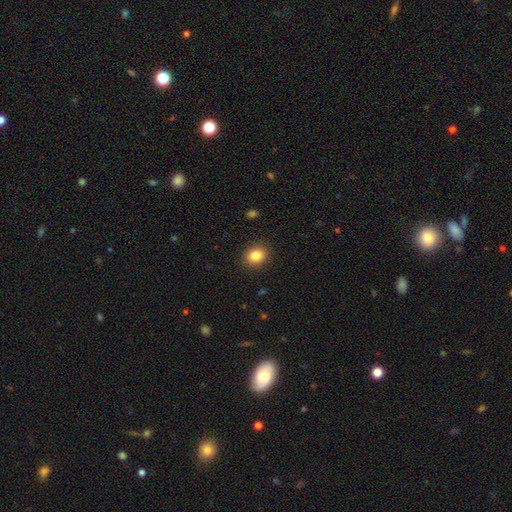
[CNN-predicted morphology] A smooth galaxy with no disk features (84%) that is round (60%).

Vote fractions:
- Smooth or featured? smooth: 84% / star or artifact: 10% / featured or disk: 6%
- How rounded? round: 60% / in between: 39% / cigar-shaped: 1%
- Merging? none: 90% / minor disturbance: 7% / major disturbance: 2% / merger: 1%